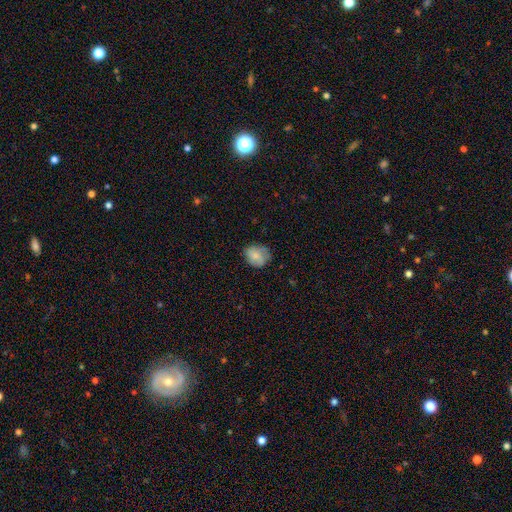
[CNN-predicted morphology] This is likely a smooth galaxy (74%). How rounded: possibly round (55%). Merging: likely none (66%).